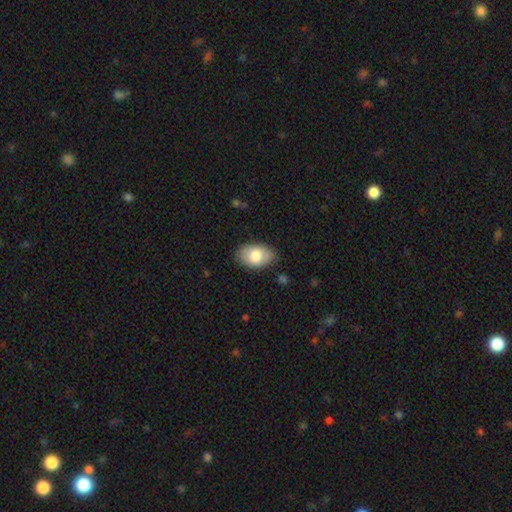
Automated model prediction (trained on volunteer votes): This is likely a smooth galaxy (78%). How rounded: clearly in between (90%). Merging: clearly none (83%).